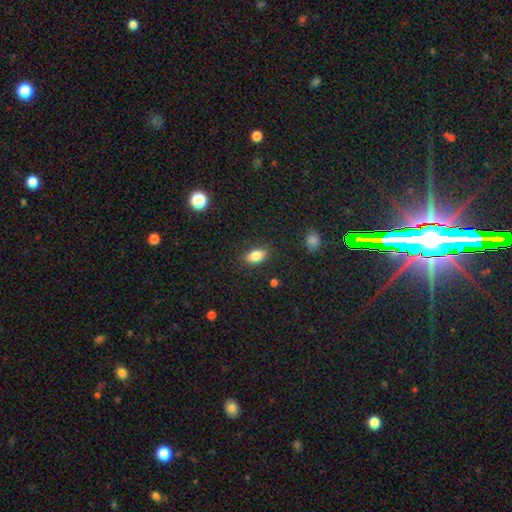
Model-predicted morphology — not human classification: smooth-or-featured: smooth: 84% | star or artifact: 9% | featured or disk: 8%
  how-rounded: in between: 88% | round: 8% | cigar-shaped: 5%
  merging: none: 85% | minor disturbance: 11% | major disturbance: 3% | merger: 1%